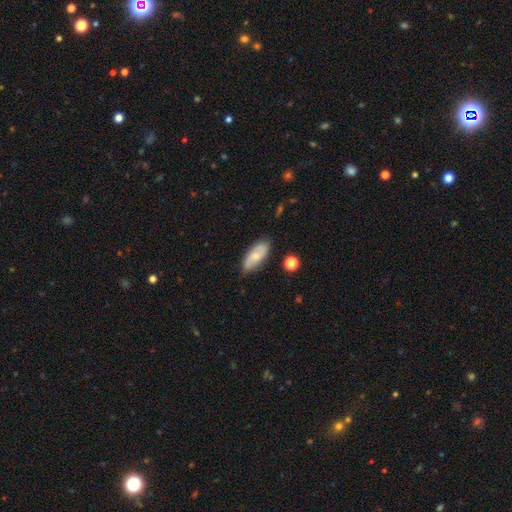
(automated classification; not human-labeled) Morphology: type=smooth (60%); roundness=in between (85%); merging=none (74%).